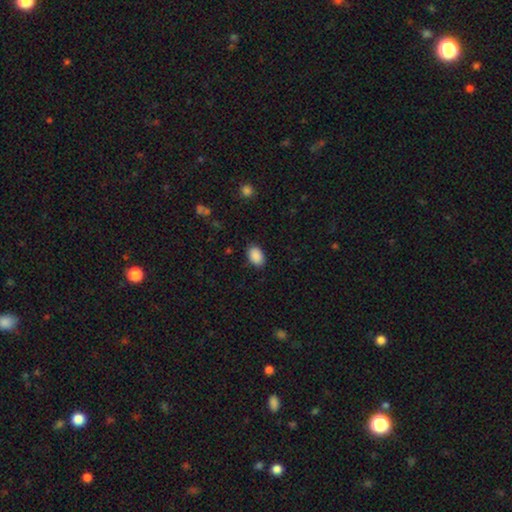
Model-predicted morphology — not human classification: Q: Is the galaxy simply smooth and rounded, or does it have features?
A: smooth — 90%.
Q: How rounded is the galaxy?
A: in between — 86%.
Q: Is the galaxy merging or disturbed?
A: none — 87%.